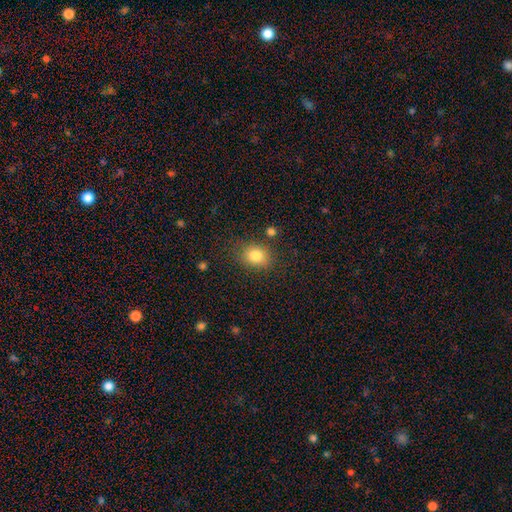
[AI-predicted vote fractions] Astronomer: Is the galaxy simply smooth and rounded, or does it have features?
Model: smooth — 83%.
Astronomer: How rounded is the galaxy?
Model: in between — 53% (runner-up: round, 46%).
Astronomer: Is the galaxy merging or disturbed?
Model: none — 79%.